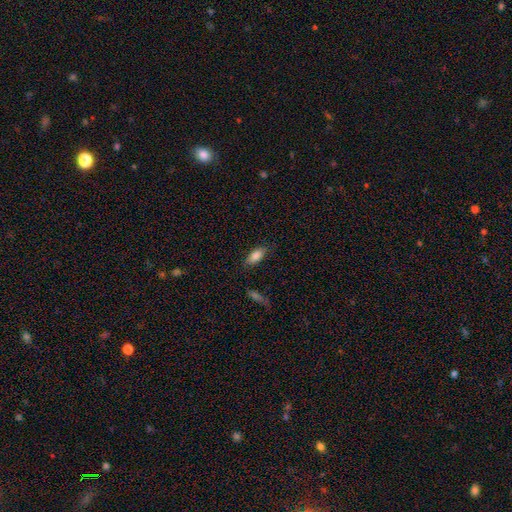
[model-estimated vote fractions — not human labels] smooth 84%, featured or disk 8%, star or artifact 8%. Down the decision tree: how rounded — in between (85%); merging — none (80%).